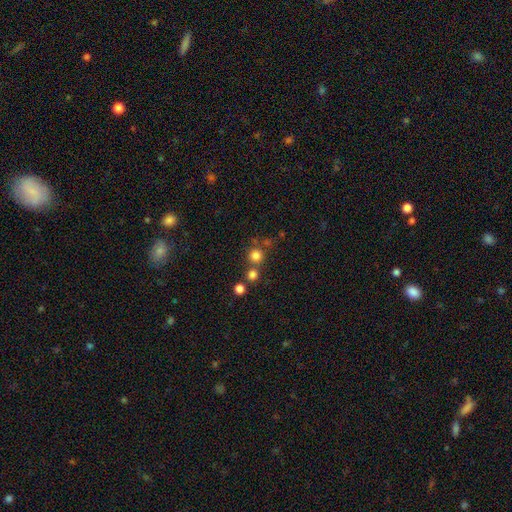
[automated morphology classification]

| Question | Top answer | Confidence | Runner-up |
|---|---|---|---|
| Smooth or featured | smooth | 78% | star or artifact (16%) |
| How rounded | round | 93% | in between (6%) |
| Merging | none | 67% | merger (23%) |